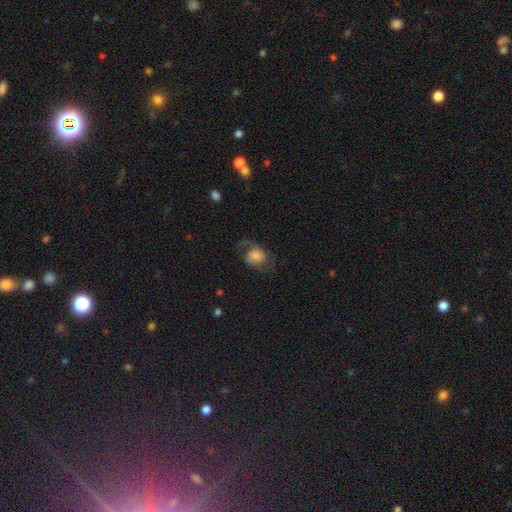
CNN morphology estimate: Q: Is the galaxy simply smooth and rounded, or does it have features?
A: smooth — 50%.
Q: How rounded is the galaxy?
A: round — 50%.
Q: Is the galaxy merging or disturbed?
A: none — 42%.